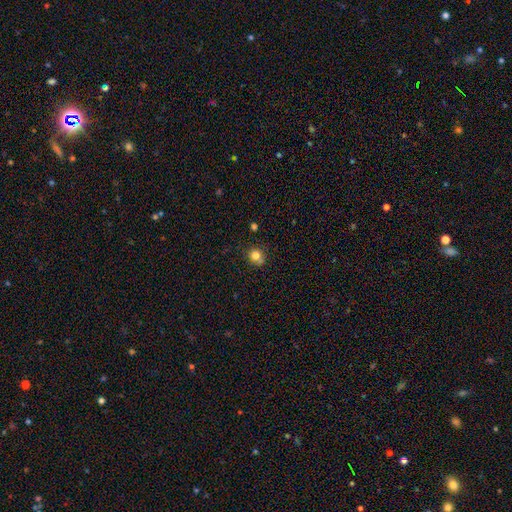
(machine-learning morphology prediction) Overall: smooth (80%). How rounded: round (84%). Merging: none (70%).